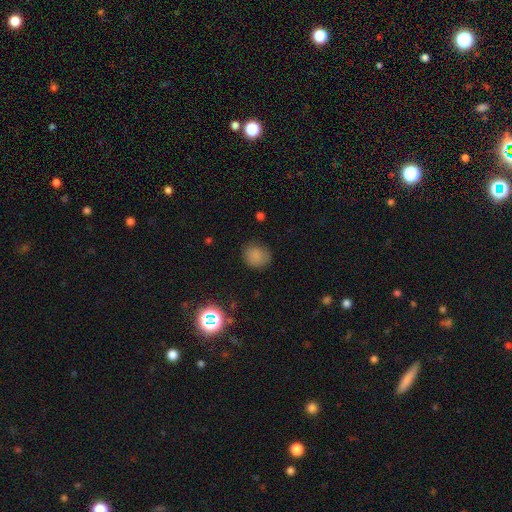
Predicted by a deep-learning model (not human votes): This appears to be a smooth galaxy with no disk features (81%) that is round (79%). Merging: none (79%).